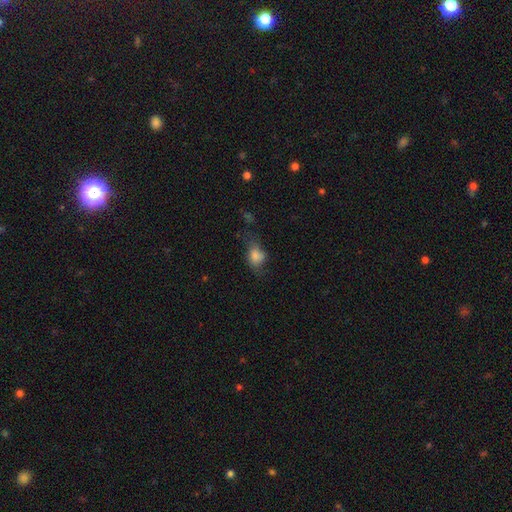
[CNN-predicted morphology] Smooth or featured? Predicted: smooth (p=0.73). How rounded? Predicted: in between (p=0.67). Merging? Predicted: none (p=0.39).